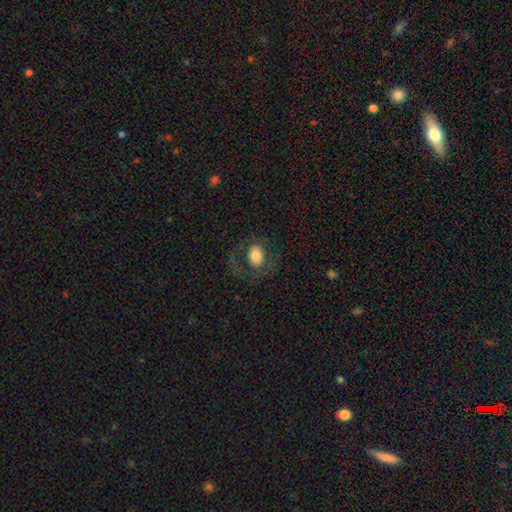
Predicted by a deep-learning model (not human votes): This appears to be a smooth galaxy with no disk features (68%) that is in between round and cigar-shaped (59%). Merging: none (64%).